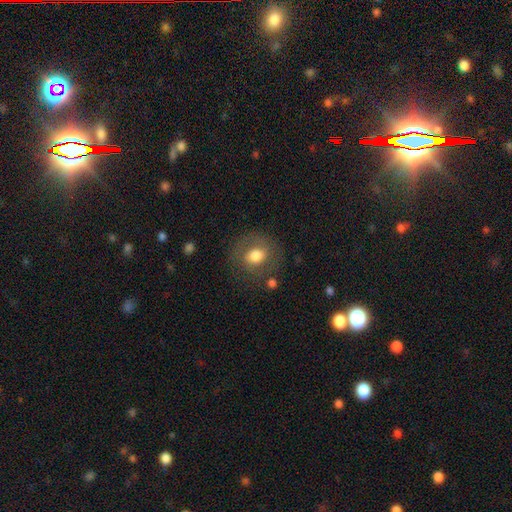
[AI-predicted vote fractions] Smooth or featured?
  - smooth: 69% *
  - featured or disk: 22%
  - star or artifact: 9%
How rounded?
  - round: 72% *
  - in between: 27%
  - cigar-shaped: 1%
Merging?
  - none: 75% *
  - minor disturbance: 14%
  - major disturbance: 7%
  - merger: 3%